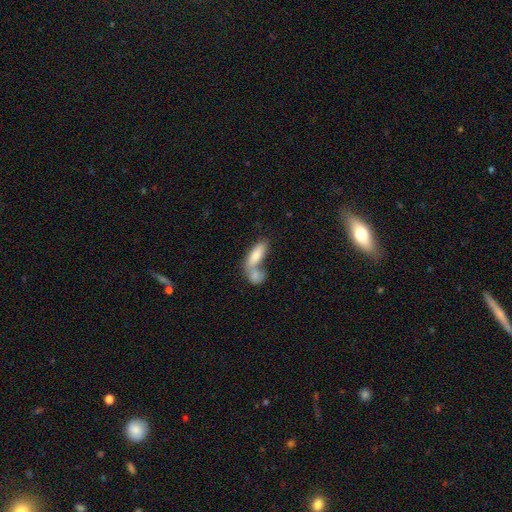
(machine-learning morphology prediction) Smooth or featured?
  - smooth: 77% *
  - featured or disk: 15%
  - star or artifact: 7%
How rounded?
  - in between: 73% *
  - cigar-shaped: 23%
  - round: 4%
Merging?
  - merger: 63% *
  - none: 25%
  - minor disturbance: 7%
  - major disturbance: 5%